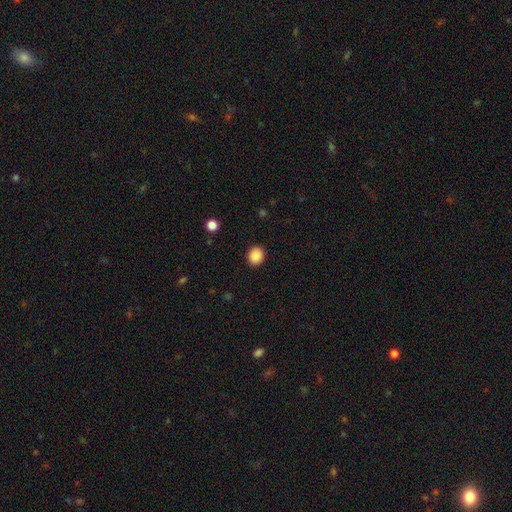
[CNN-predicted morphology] smooth-or-featured: smooth: 89% | star or artifact: 9% | featured or disk: 2%
  how-rounded: round: 64% | in between: 35% | cigar-shaped: 1%
  merging: none: 90% | minor disturbance: 7% | major disturbance: 2% | merger: 1%